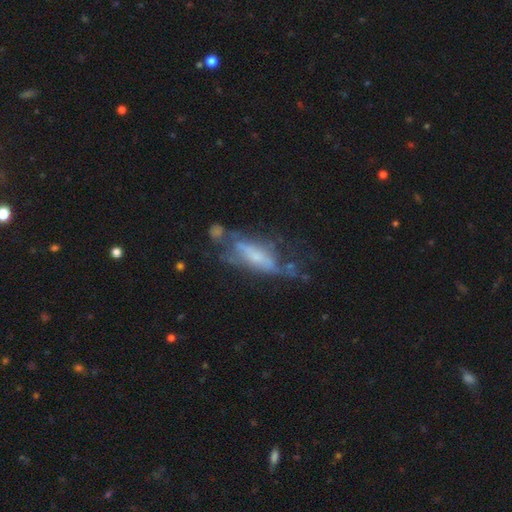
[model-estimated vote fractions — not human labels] Smooth or featured?
  - featured or disk: 62% *
  - smooth: 28%
  - star or artifact: 10%
Edge-on disk?
  - no: 63% *
  - yes: 37%
Merging?
  - none: 35% *
  - major disturbance: 27%
  - minor disturbance: 23%
  - merger: 15%